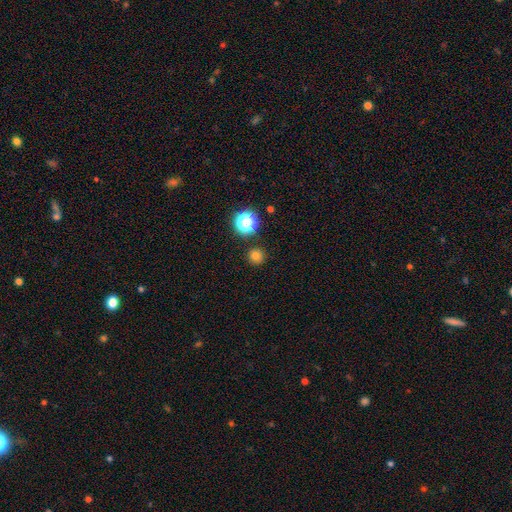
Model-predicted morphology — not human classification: type=smooth (76%); roundness=round (95%); merging=none (89%).